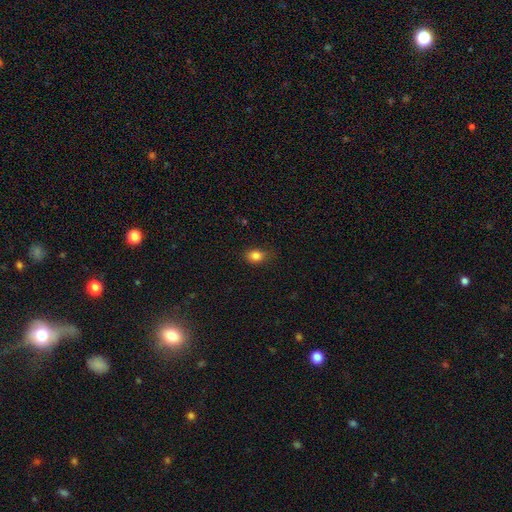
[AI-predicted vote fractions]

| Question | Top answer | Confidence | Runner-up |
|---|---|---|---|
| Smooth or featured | smooth | 83% | star or artifact (10%) |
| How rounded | in between | 73% | round (25%) |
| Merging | none | 79% | minor disturbance (17%) |